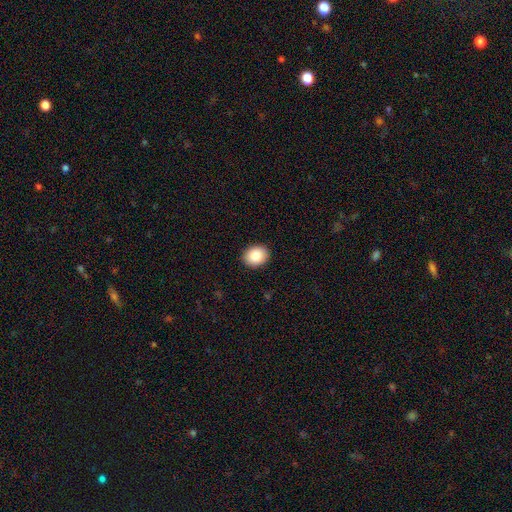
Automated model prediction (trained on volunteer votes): Q: Smooth or featured?
A: smooth (85%); runner-up: star or artifact (8%)
Q: How rounded?
A: round (54%); runner-up: in between (45%)
Q: Merging?
A: none (91%); runner-up: minor disturbance (6%)